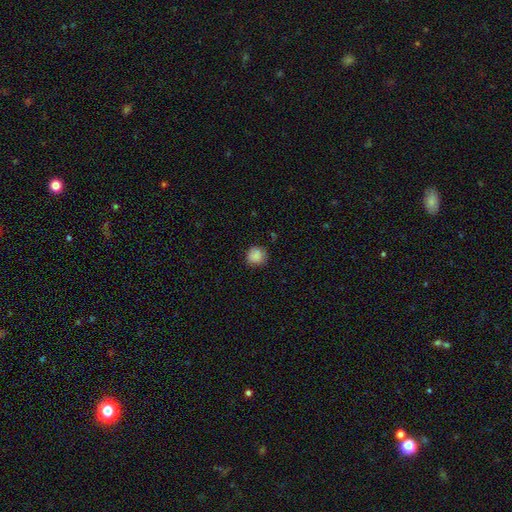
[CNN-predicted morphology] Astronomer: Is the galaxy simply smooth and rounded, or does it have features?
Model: smooth — 85%.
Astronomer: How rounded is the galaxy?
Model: round — 89%.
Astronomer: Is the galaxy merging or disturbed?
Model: none — 79%.